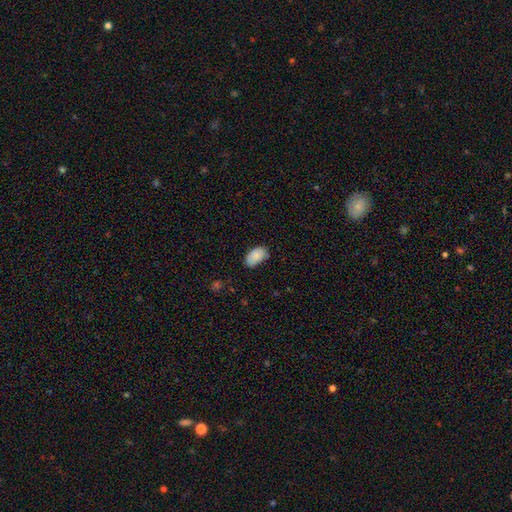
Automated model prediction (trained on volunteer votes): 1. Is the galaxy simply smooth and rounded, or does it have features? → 85% smooth, 8% featured or disk, 7% star or artifact.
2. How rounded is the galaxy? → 93% in between, 5% round, 1% cigar-shaped.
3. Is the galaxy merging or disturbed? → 68% none, 26% minor disturbance, 5% major disturbance, 2% merger.